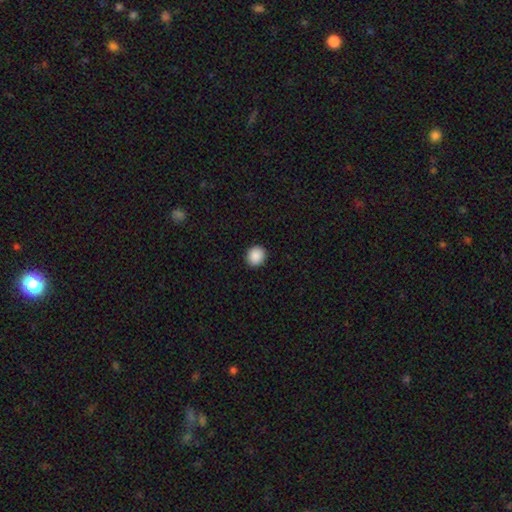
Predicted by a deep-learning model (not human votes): Smooth or featured: smooth — 89% (star or artifact — 8%)
How rounded: round — 79% (in between — 20%)
Merging: none — 92% (minor disturbance — 6%)